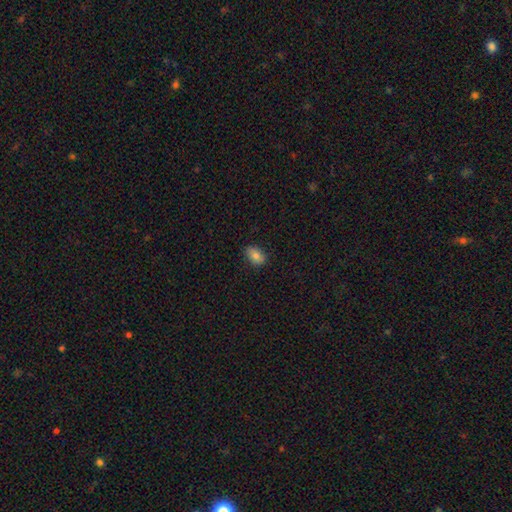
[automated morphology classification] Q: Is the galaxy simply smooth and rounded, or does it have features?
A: smooth — 82%.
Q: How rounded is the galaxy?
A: in between — 83%.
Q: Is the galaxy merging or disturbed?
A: none — 83%.